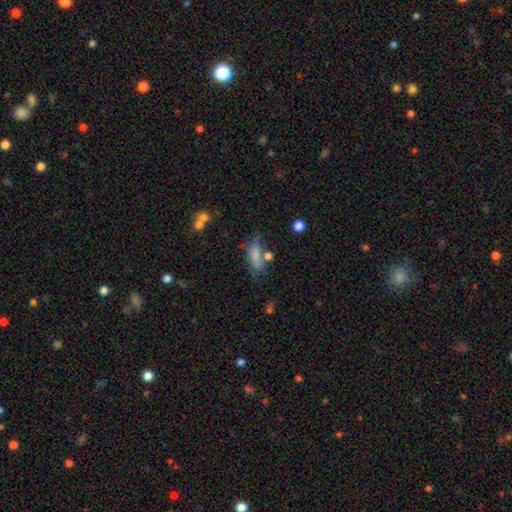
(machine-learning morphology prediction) smooth_or_featured: smooth (p=0.71) [alt: featured or disk p=0.19]
how_rounded: in between (p=0.72) [alt: cigar-shaped p=0.23]
merging: none (p=0.43) [alt: minor disturbance p=0.26]